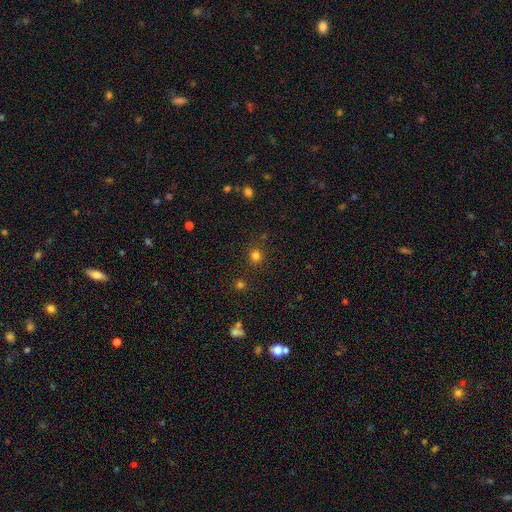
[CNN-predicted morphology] smooth 79%, star or artifact 17%, featured or disk 4%. Down the decision tree: how rounded — round (91%); merging — none (88%).